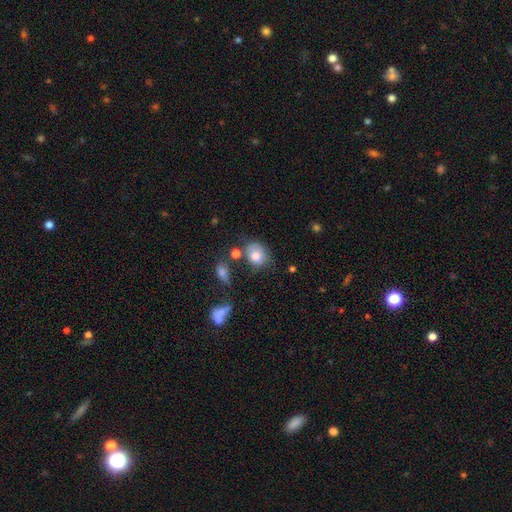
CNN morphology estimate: smooth-or-featured: smooth: 77% | featured or disk: 13% | star or artifact: 10%
  how-rounded: in between: 50% | round: 49% | cigar-shaped: 1%
  merging: none: 51% | minor disturbance: 26% | merger: 13% | major disturbance: 11%